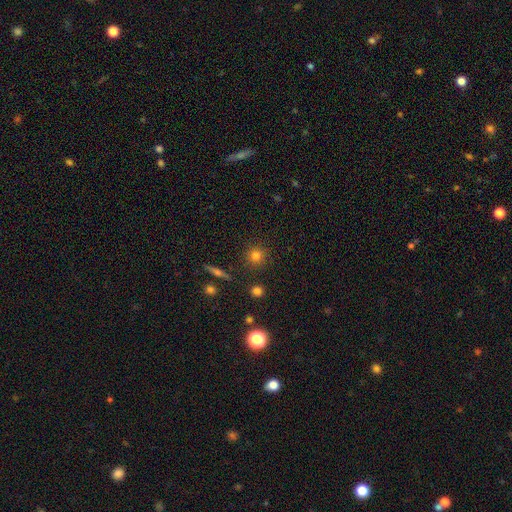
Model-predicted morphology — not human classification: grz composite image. It shows a smooth galaxy with no disk features (78%) that is round (93%). Merging: none (87%).